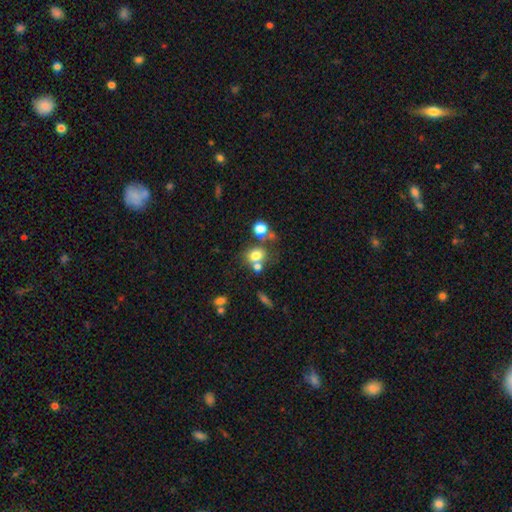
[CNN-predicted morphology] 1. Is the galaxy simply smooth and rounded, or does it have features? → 73% smooth, 14% star or artifact, 13% featured or disk.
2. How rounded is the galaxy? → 62% round, 37% in between, 1% cigar-shaped.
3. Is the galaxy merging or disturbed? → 50% none, 33% merger, 12% minor disturbance, 6% major disturbance.